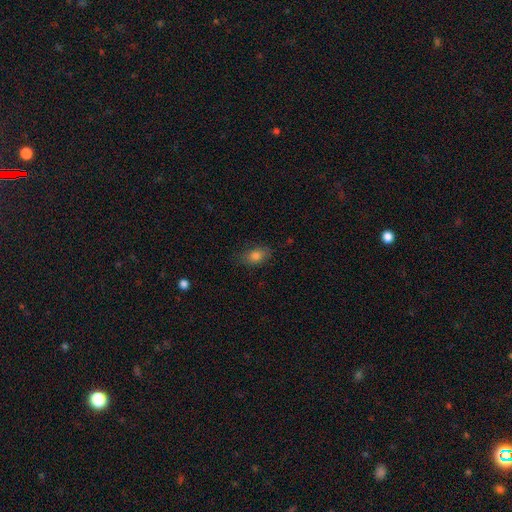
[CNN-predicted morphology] Q: Smooth or featured?
A: smooth (81%); runner-up: star or artifact (10%)
Q: How rounded?
A: in between (82%); runner-up: round (16%)
Q: Merging?
A: none (78%); runner-up: minor disturbance (17%)